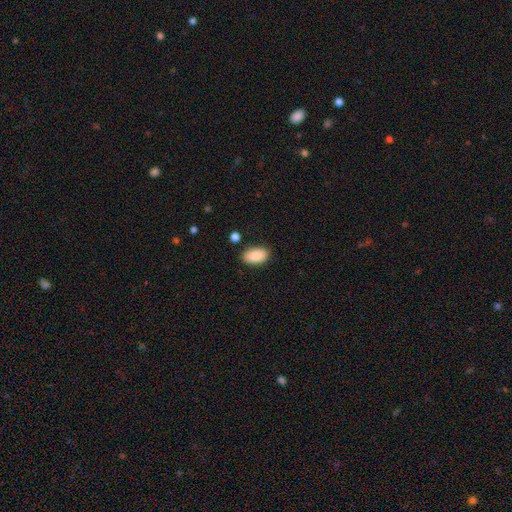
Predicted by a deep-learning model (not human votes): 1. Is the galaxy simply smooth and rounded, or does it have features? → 90% smooth, 6% star or artifact, 4% featured or disk.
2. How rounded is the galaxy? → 94% in between, 4% round, 2% cigar-shaped.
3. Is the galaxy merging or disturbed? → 83% none, 12% minor disturbance, 3% major disturbance, 3% merger.